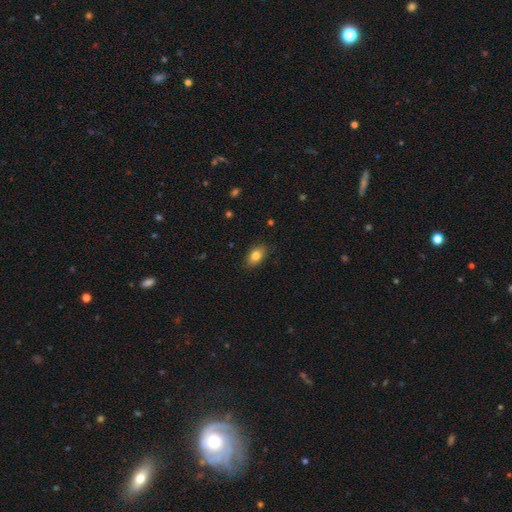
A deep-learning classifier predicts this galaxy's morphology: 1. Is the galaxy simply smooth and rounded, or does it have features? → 81% smooth, 11% featured or disk, 8% star or artifact.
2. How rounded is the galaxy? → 88% in between, 9% round, 3% cigar-shaped.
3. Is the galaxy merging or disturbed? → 86% none, 11% minor disturbance, 2% major disturbance, 1% merger.